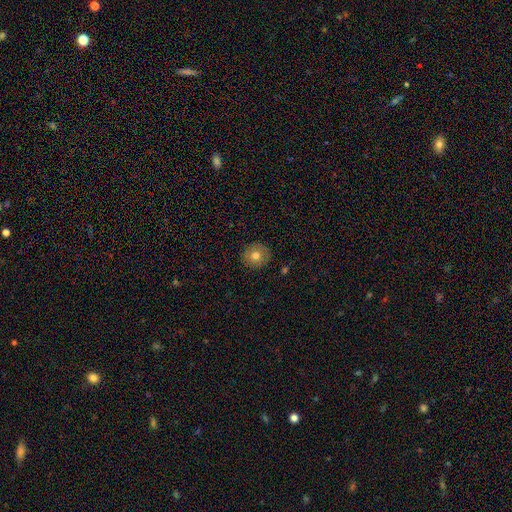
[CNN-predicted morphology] Smooth or featured: smooth — 75% (featured or disk — 15%)
How rounded: round — 92% (in between — 7%)
Merging: none — 89% (minor disturbance — 8%)